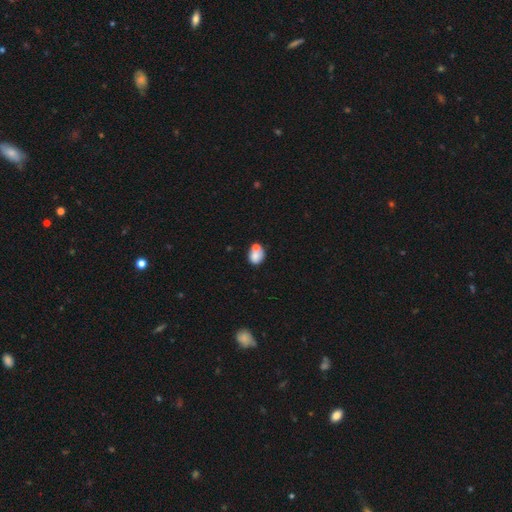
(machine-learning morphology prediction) The model was most divided on "how rounded": round: 51%, in between: 48%, cigar-shaped: 1%. Remaining: smooth or featured — smooth (71%); merging — merger (44%).